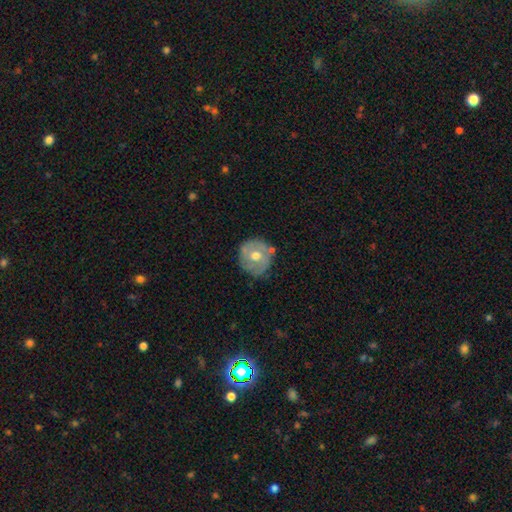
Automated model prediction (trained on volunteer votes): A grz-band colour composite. It shows a smooth galaxy with no disk features (48%). Merging: none (72%).